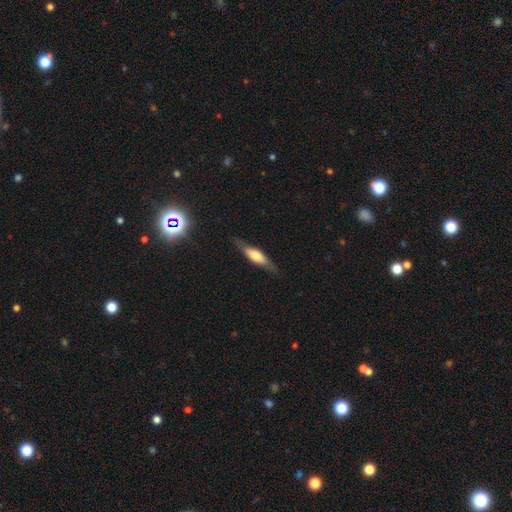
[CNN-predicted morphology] type=smooth (48%); merging=none (80%).